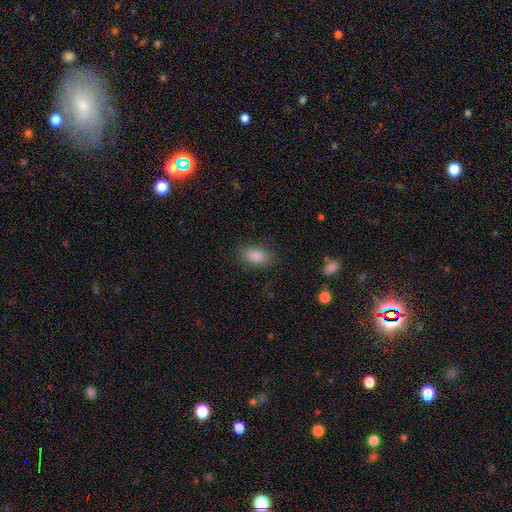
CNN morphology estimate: smooth_or_featured: smooth (p=0.85) [alt: star or artifact p=0.09]
how_rounded: in between (p=0.88) [alt: round p=0.09]
merging: none (p=0.85) [alt: minor disturbance p=0.11]